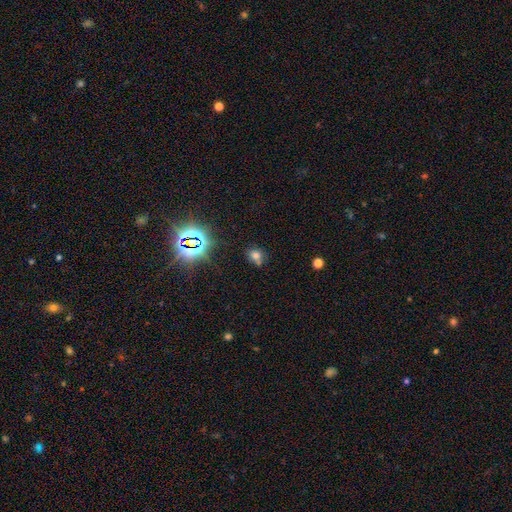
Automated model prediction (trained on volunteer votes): A smooth galaxy with no disk features (65%) that is round (59%). Merging: none (58%).